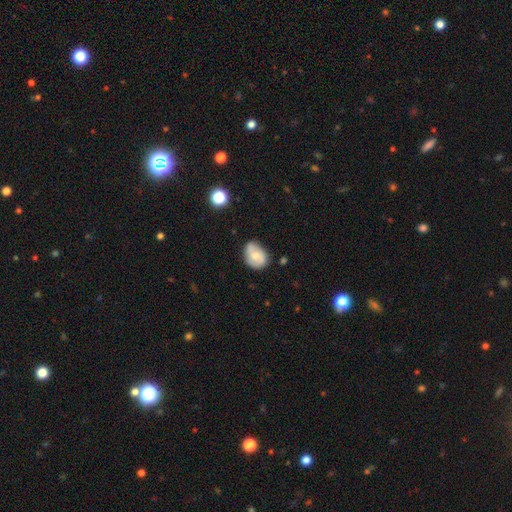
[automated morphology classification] Smooth or featured? Predicted: smooth (p=0.52). How rounded? Predicted: in between (p=0.66). Merging? Predicted: none (p=0.64).